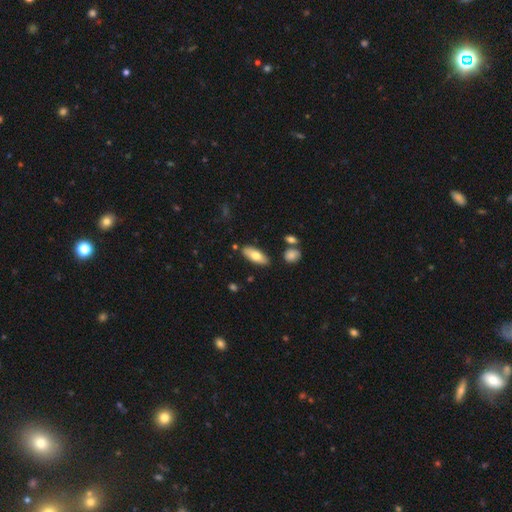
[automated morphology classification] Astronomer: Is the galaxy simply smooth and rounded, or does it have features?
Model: smooth — 70%.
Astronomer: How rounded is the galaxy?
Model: in between — 75%.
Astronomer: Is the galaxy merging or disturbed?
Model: none — 83%.